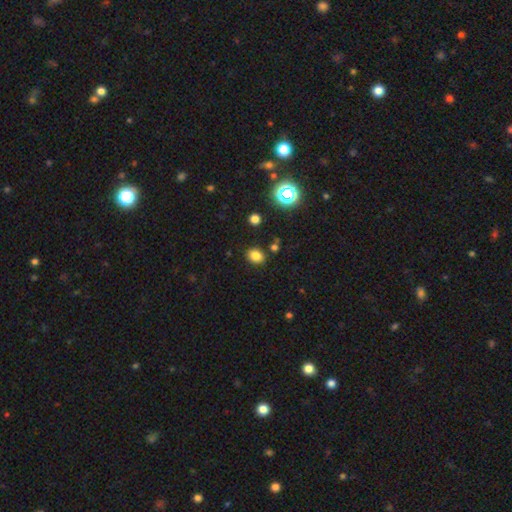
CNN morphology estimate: smooth 80%, star or artifact 15%, featured or disk 5%. Down the decision tree: how rounded — in between (54%); merging — none (85%).